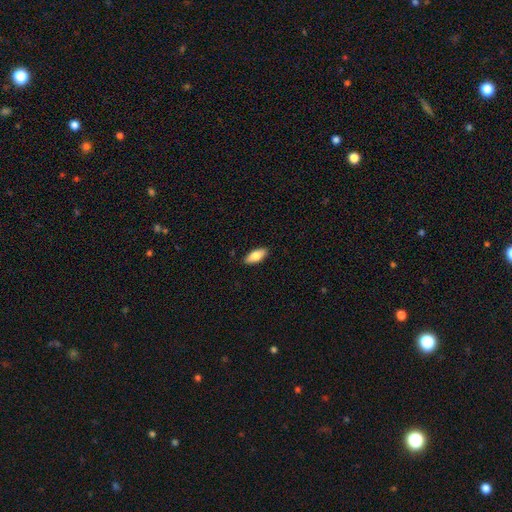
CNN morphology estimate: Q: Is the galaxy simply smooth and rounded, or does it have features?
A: smooth — 78%.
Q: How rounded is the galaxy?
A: in between — 83%.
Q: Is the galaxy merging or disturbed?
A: none — 89%.